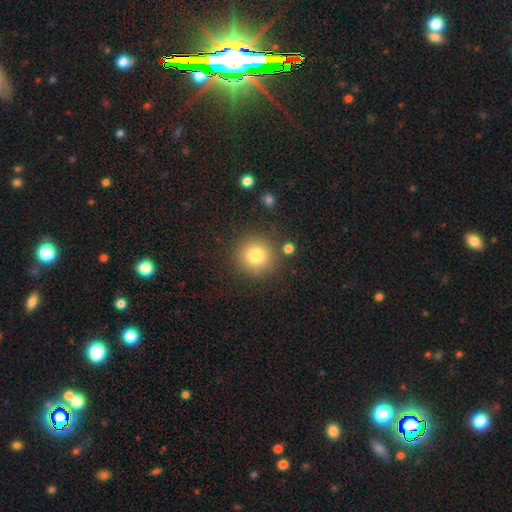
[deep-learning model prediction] A smooth galaxy with no disk features (79%) that is round (94%).

Vote fractions:
- Smooth or featured? smooth: 79% / star or artifact: 12% / featured or disk: 9%
- How rounded? round: 94% / in between: 5% / cigar-shaped: 1%
- Merging? none: 85% / minor disturbance: 8% / merger: 4% / major disturbance: 3%